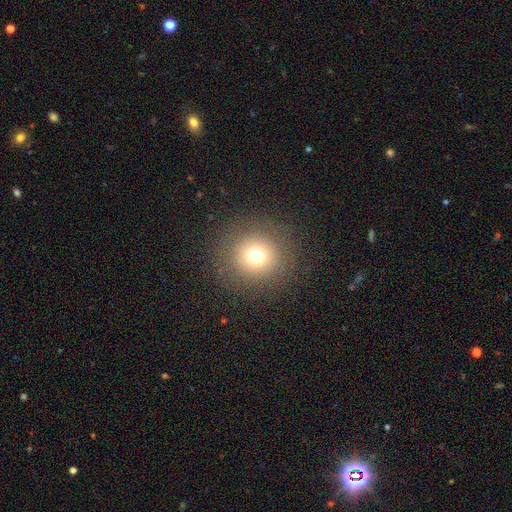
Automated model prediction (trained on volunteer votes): Smooth or featured: smooth — 70% (star or artifact — 19%)
How rounded: round — 95% (in between — 5%)
Merging: none — 88% (minor disturbance — 6%)